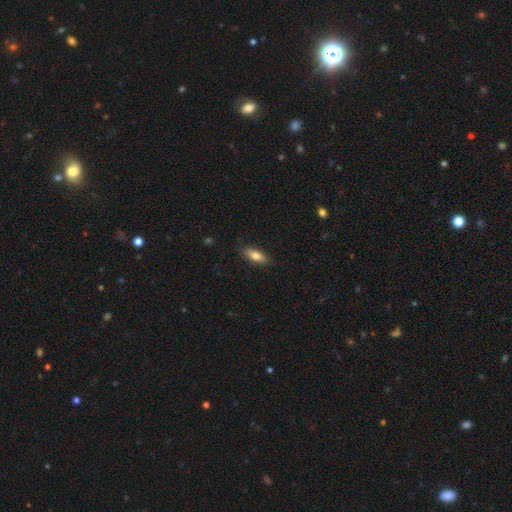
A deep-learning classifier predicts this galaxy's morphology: A smooth galaxy with no disk features (75%) that is in between round and cigar-shaped (68%). Merging: none (86%).